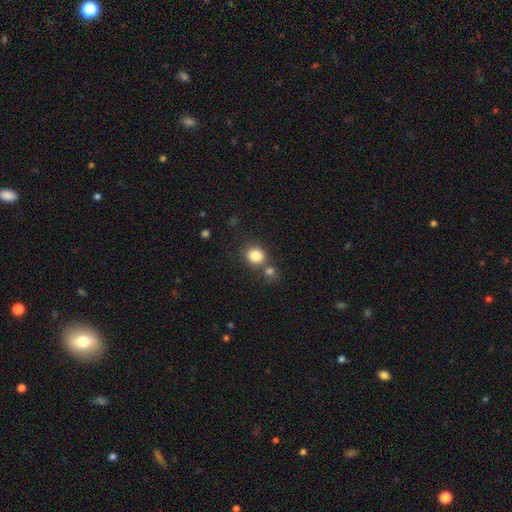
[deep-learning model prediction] Q: Smooth or featured?
A: smooth (83%); runner-up: star or artifact (11%)
Q: How rounded?
A: round (80%); runner-up: in between (19%)
Q: Merging?
A: none (63%); runner-up: merger (23%)